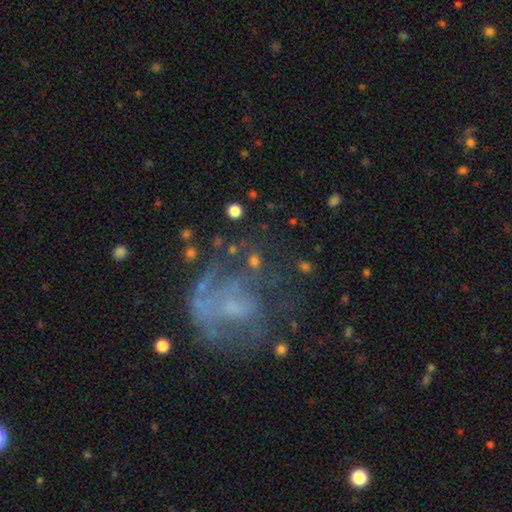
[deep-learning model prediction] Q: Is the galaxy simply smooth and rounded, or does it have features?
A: featured or disk — 63%.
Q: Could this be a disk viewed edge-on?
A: no — 98%.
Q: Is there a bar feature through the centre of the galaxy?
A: no — 69%.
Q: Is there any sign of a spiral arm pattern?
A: no — 54%.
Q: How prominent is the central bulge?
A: small — 41%.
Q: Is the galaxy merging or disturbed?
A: none — 45%.